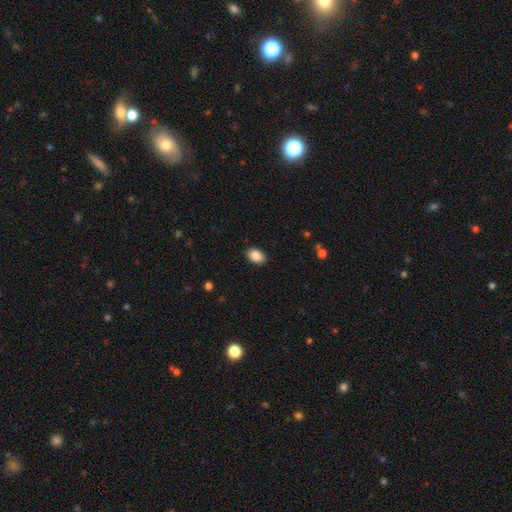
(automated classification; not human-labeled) This is clearly a smooth galaxy (89%). How rounded: clearly in between (87%). Merging: clearly none (89%).